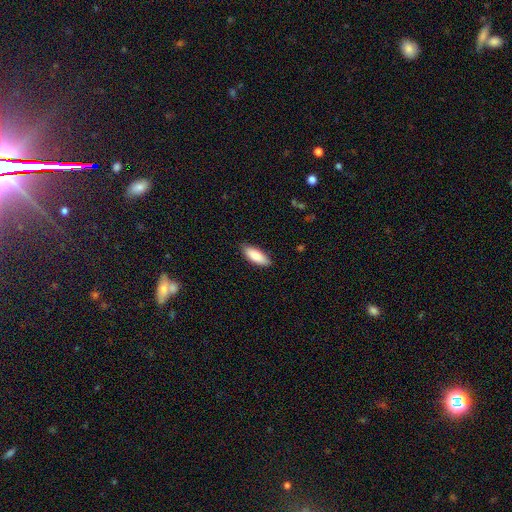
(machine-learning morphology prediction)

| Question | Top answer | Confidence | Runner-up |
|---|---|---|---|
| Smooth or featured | smooth | 84% | featured or disk (10%) |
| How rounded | in between | 75% | cigar-shaped (23%) |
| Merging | none | 85% | minor disturbance (12%) |